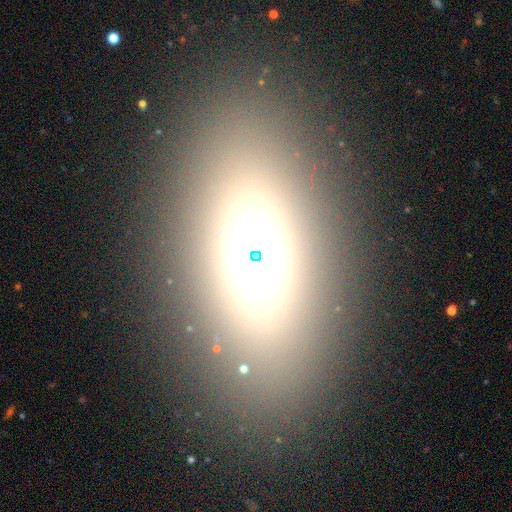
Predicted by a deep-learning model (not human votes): This is marginally a smooth galaxy (42%). Merging: clearly none (84%).